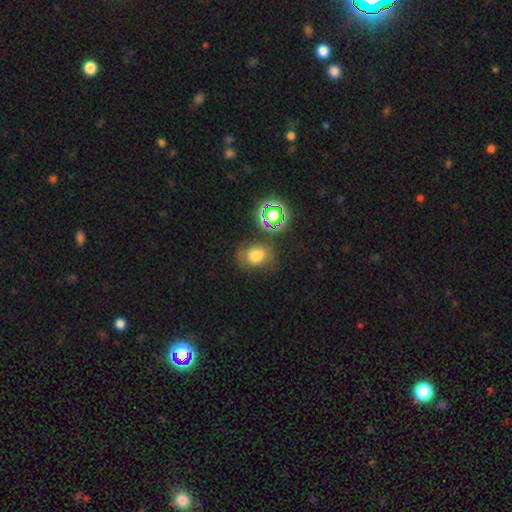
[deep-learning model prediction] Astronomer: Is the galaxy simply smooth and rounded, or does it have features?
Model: smooth — 66%.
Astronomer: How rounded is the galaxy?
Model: in between — 58% (runner-up: round, 41%).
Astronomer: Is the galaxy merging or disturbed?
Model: none — 62%.